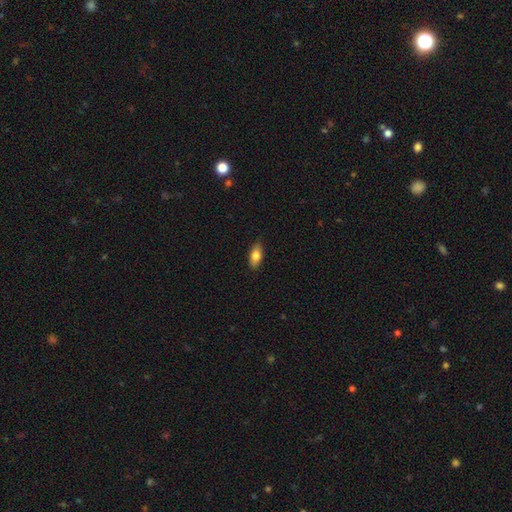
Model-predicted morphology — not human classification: Overall: smooth (80%). How rounded: in between (87%). Merging: none (86%).